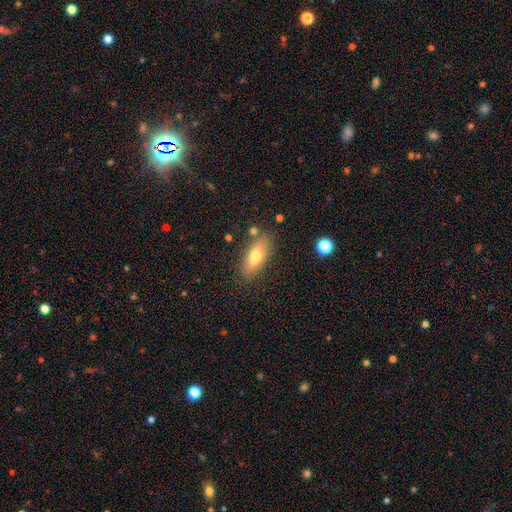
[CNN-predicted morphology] smooth 70%, featured or disk 23%, star or artifact 8%. Down the decision tree: how rounded — in between (70%); merging — none (81%).